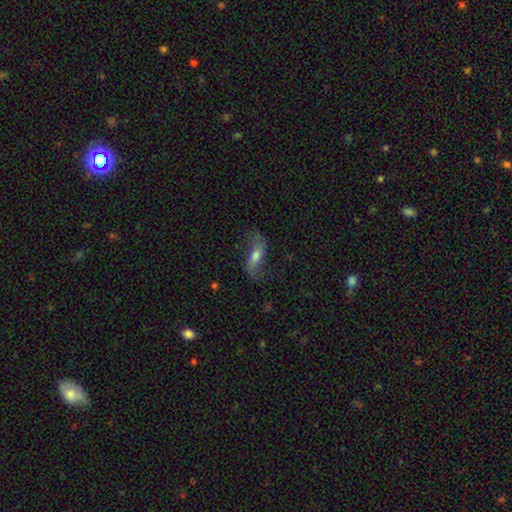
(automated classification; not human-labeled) smooth-or-featured: featured or disk: 55% | smooth: 36% | star or artifact: 9%
  disk-edge-on: no: 82% | yes: 18%
  merging: none: 67% | minor disturbance: 19% | major disturbance: 12% | merger: 2%